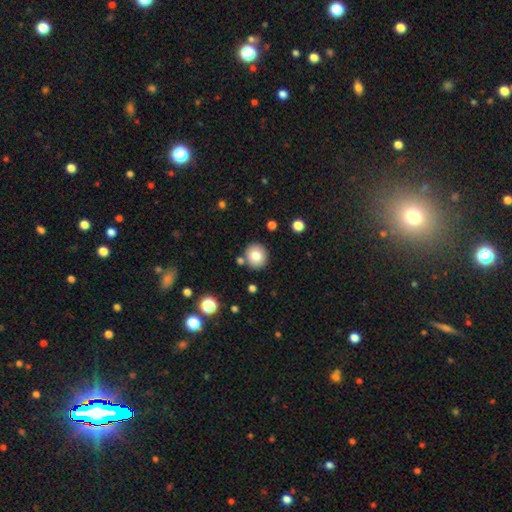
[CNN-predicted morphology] A smooth galaxy with no disk features (82%) that is round (89%).

Vote fractions:
- Smooth or featured? smooth: 82% / star or artifact: 10% / featured or disk: 8%
- How rounded? round: 89% / in between: 10% / cigar-shaped: 1%
- Merging? none: 83% / minor disturbance: 8% / merger: 7% / major disturbance: 2%